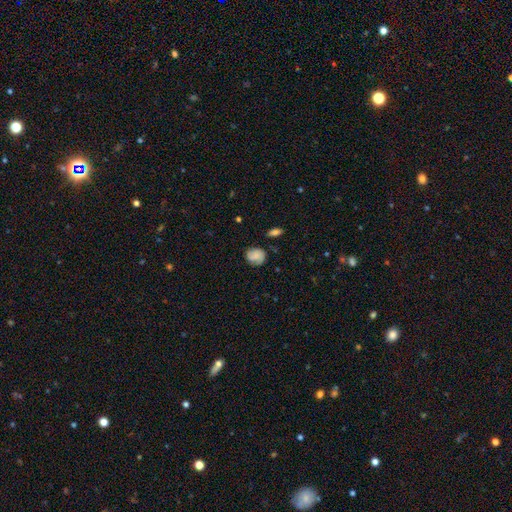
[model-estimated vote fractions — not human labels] Smooth or featured: smooth — 65% (featured or disk — 26%)
How rounded: round — 62% (in between — 37%)
Merging: none — 70% (minor disturbance — 22%)